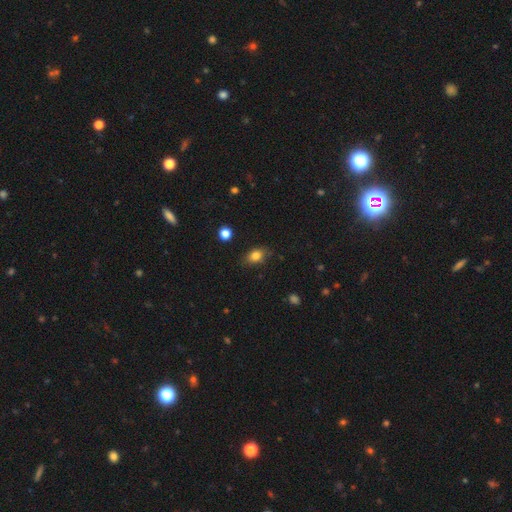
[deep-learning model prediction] A smooth galaxy with no disk features (82%) that is in between round and cigar-shaped (77%). Merging: none (80%).